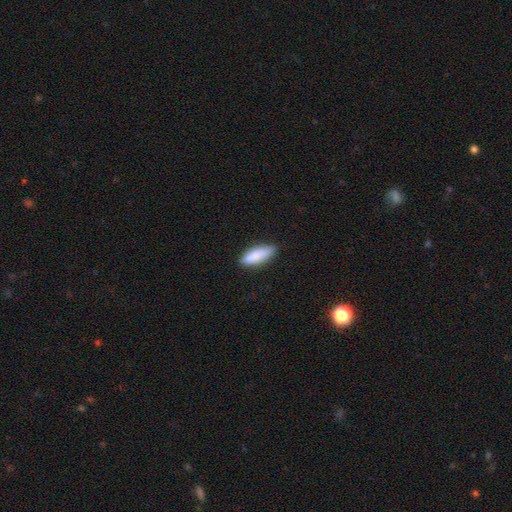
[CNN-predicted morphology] This is clearly a smooth galaxy (86%). How rounded: likely in between (70%). Merging: likely none (79%).